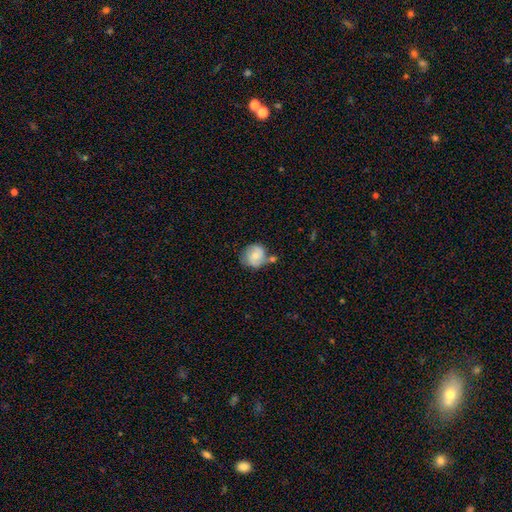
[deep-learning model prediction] A smooth galaxy with no disk features (60%) that is round (81%).

Vote fractions:
- Smooth or featured? smooth: 60% / featured or disk: 33% / star or artifact: 8%
- How rounded? round: 81% / in between: 18% / cigar-shaped: 1%
- Merging? none: 49% / minor disturbance: 25% / merger: 18% / major disturbance: 8%